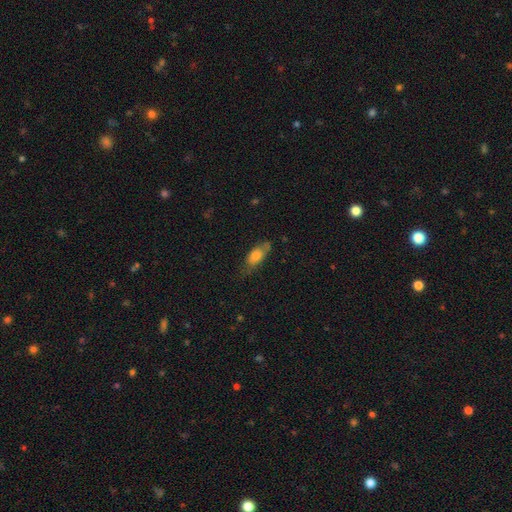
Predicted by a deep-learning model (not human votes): A smooth galaxy with no disk features (69%) that is in between round and cigar-shaped (77%).

Vote fractions:
- Smooth or featured? smooth: 69% / featured or disk: 24% / star or artifact: 7%
- How rounded? in between: 77% / cigar-shaped: 19% / round: 4%
- Merging? none: 61% / minor disturbance: 29% / major disturbance: 9% / merger: 2%